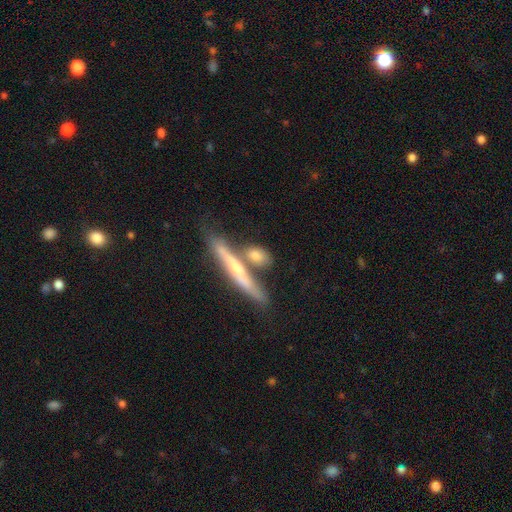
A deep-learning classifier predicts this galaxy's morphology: smooth 59%, featured or disk 35%, star or artifact 7%. Down the decision tree: how rounded — cigar-shaped (51%); merging — none (53%).